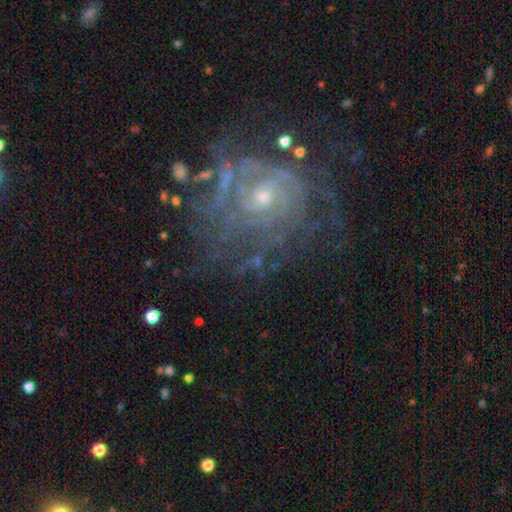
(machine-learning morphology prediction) Q: Smooth or featured?
A: featured or disk (80%); runner-up: star or artifact (12%)
Q: Edge-on disk?
A: no (97%); runner-up: yes (3%)
Q: Bar?
A: no (71%); runner-up: weak (23%)
Q: Spiral arms?
A: yes (85%); runner-up: no (15%)
Q: Spiral winding?
A: tight (67%); runner-up: medium (25%)
Q: Spiral arm count?
A: can't tell (51%); runner-up: 2 (13%)
Q: Bulge size?
A: small (65%); runner-up: moderate (30%)
Q: Merging?
A: none (62%); runner-up: minor disturbance (19%)